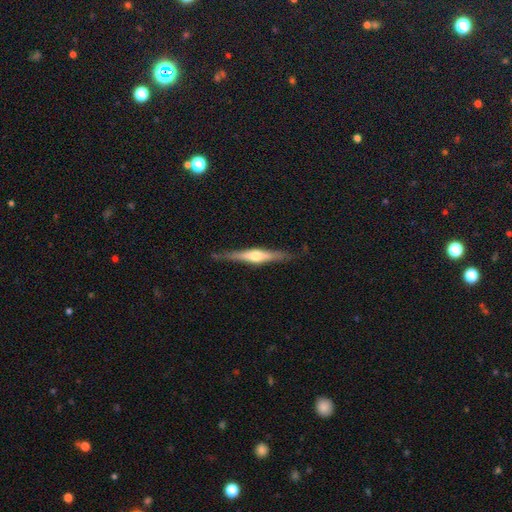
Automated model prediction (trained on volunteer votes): This is likely a featured or disk galaxy (68%). It is clearly viewed edge-on (96%). Edge-on bulge: clearly rounded (89%). Merging: clearly none (83%).